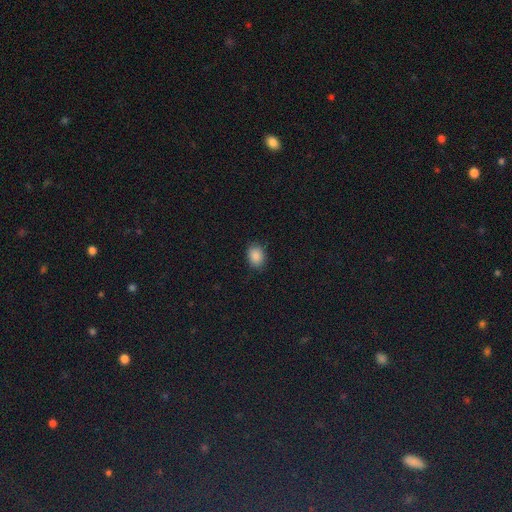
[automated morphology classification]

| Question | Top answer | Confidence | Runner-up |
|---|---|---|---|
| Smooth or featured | smooth | 87% | star or artifact (9%) |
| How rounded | in between | 65% | round (34%) |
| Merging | none | 83% | minor disturbance (13%) |